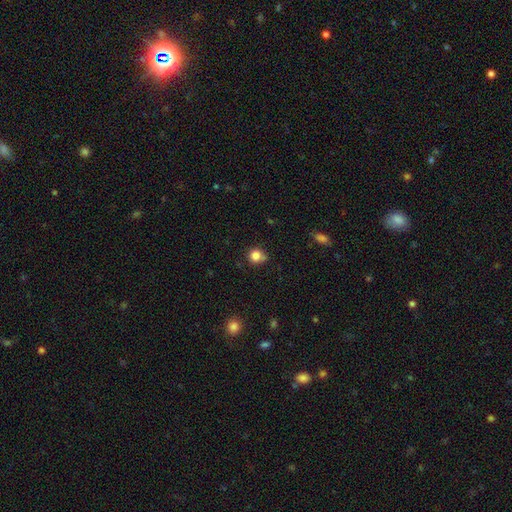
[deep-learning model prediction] Smooth or featured? Predicted: smooth (p=0.82). How rounded? Predicted: round (p=0.89). Merging? Predicted: none (p=0.68).